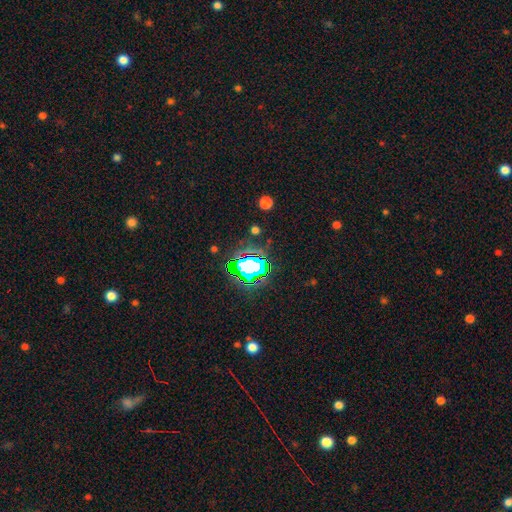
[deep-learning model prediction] Morphology: type=star or artifact (78%).